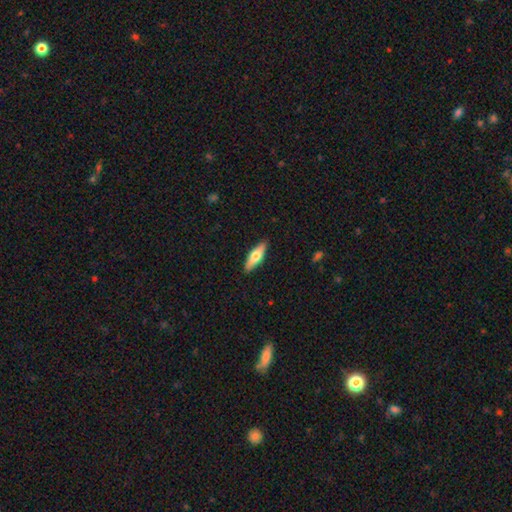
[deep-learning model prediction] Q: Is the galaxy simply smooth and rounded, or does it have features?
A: smooth — 56%.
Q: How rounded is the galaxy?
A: cigar-shaped — 54%.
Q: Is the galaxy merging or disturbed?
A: none — 90%.